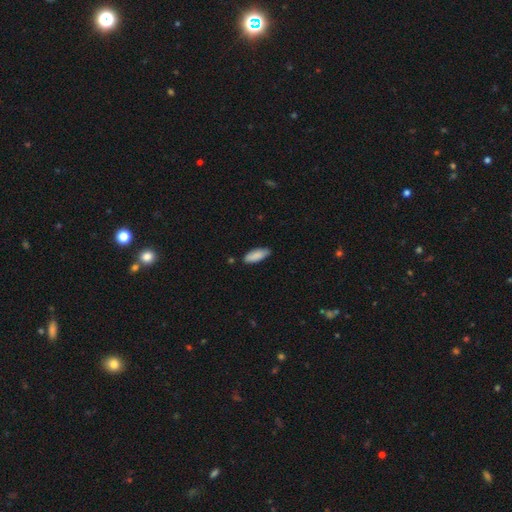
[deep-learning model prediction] A smooth galaxy with no disk features (87%) that is in between round and cigar-shaped (69%).

Vote fractions:
- Smooth or featured? smooth: 87% / featured or disk: 7% / star or artifact: 6%
- How rounded? in between: 69% / cigar-shaped: 30% / round: 1%
- Merging? none: 81% / minor disturbance: 15% / major disturbance: 2% / merger: 2%